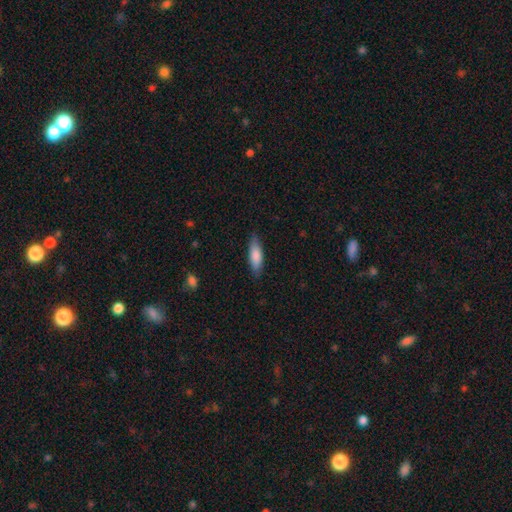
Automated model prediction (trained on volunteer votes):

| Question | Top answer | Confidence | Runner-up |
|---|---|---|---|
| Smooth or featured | smooth | 83% | featured or disk (11%) |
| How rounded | in between | 55% | cigar-shaped (44%) |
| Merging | none | 84% | minor disturbance (13%) |